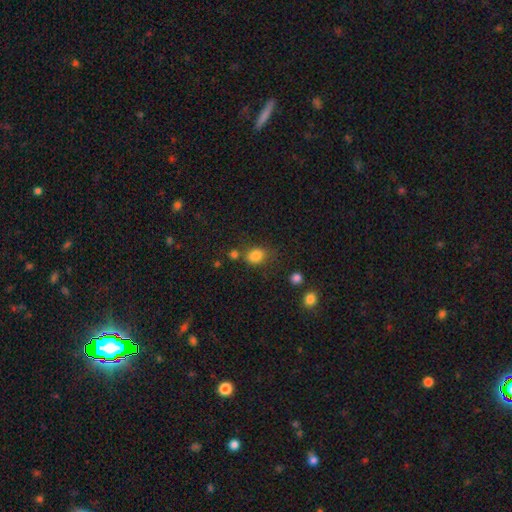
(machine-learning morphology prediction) Q: Smooth or featured?
A: smooth (83%); runner-up: star or artifact (12%)
Q: How rounded?
A: in between (60%); runner-up: round (38%)
Q: Merging?
A: none (60%); runner-up: minor disturbance (20%)